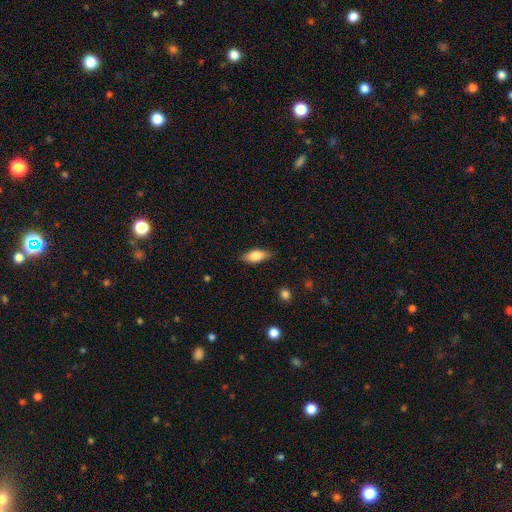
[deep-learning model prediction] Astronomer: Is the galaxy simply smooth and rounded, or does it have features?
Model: smooth — 76%.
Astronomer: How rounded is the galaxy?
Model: in between — 82%.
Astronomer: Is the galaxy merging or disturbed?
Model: none — 83%.